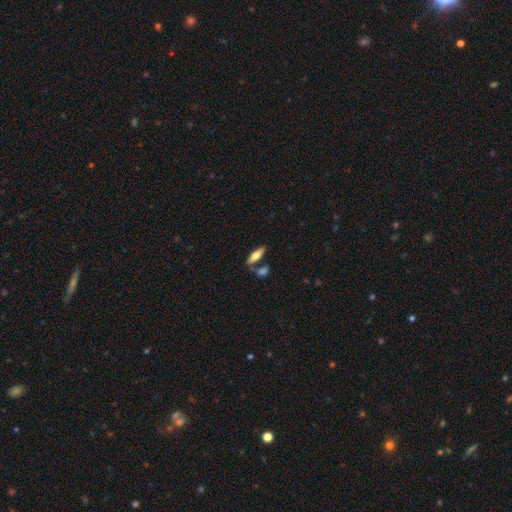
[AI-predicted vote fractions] Smooth or featured? smooth (61%)
How rounded? in between (49%)
Merging? none (70%)